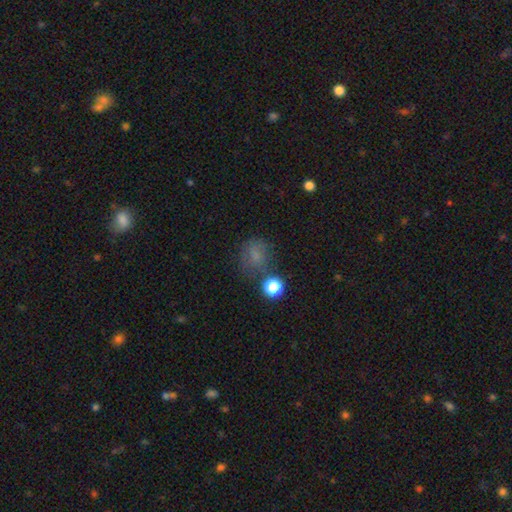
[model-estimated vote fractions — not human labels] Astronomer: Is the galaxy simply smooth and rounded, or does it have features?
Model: smooth — 66%.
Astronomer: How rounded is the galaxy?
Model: round — 66%.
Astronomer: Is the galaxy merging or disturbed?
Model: none — 56%.